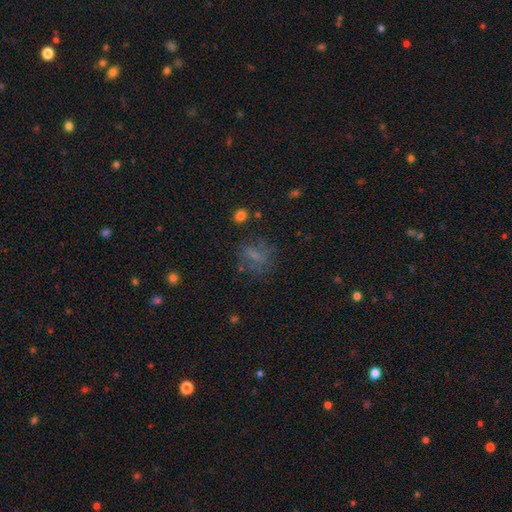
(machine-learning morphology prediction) This is possibly a smooth galaxy (46%). Merging: possibly none (58%).